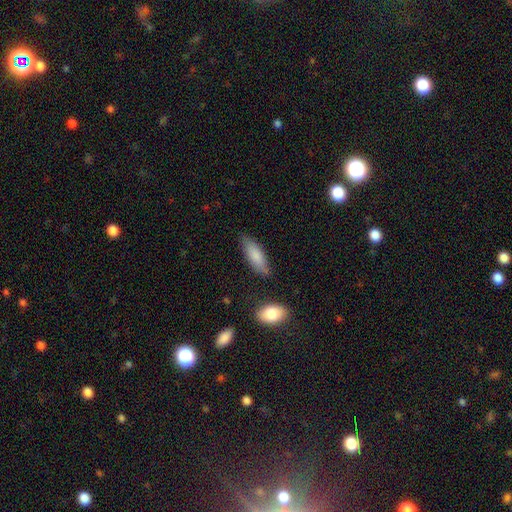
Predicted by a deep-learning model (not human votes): This is clearly a smooth galaxy (83%). How rounded: possibly in between (59%). Merging: likely none (75%).